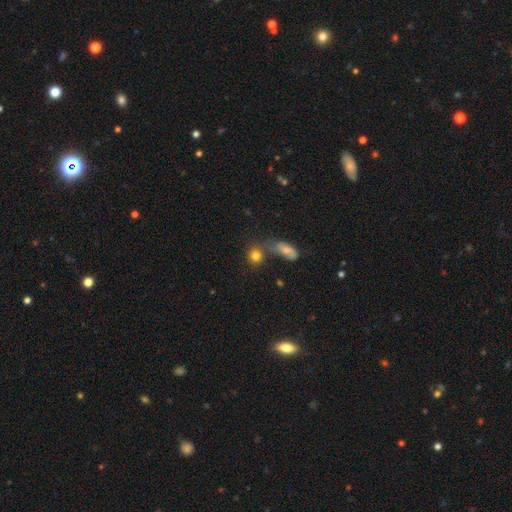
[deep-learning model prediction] This appears to be a smooth galaxy with no disk features (80%) that is round (79%). Merging: none (54%).